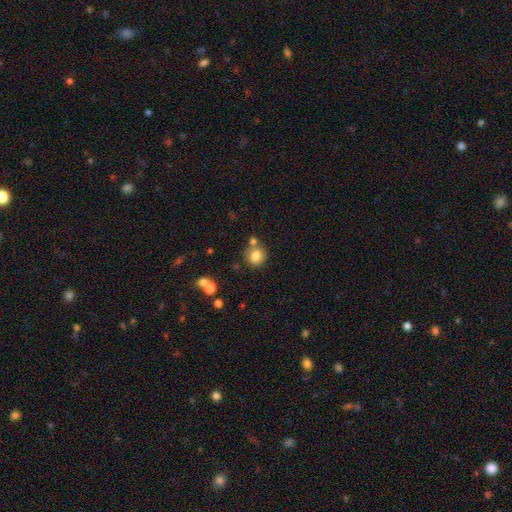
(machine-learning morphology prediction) smooth_or_featured: smooth (p=0.81) [alt: star or artifact p=0.11]
how_rounded: round (p=0.79) [alt: in between p=0.20]
merging: none (p=0.67) [alt: merger p=0.18]